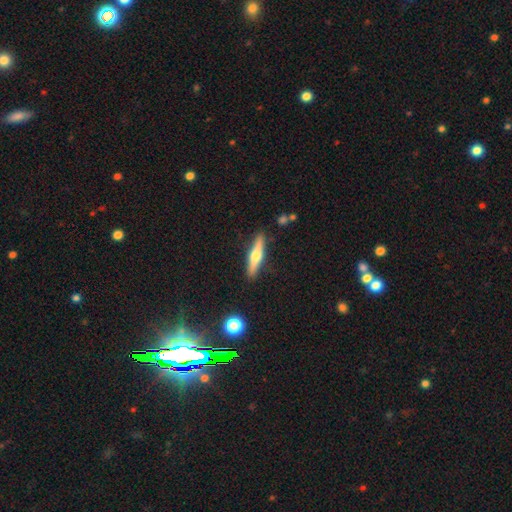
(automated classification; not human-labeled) Smooth or featured? Predicted: featured or disk (p=0.54). Edge-on disk? Predicted: yes (p=0.95). Edge-on bulge? Predicted: rounded (p=0.91). Merging? Predicted: none (p=0.89).